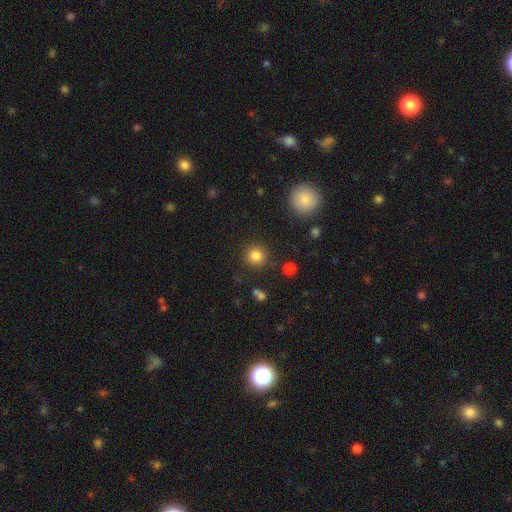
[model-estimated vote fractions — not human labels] Smooth or featured? Predicted: smooth (p=0.83). How rounded? Predicted: round (p=0.93). Merging? Predicted: none (p=0.88).